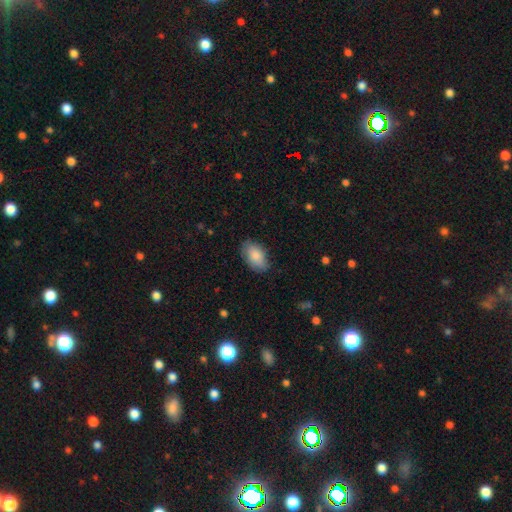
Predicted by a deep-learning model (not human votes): Q: Smooth or featured?
A: smooth (85%); runner-up: featured or disk (9%)
Q: How rounded?
A: in between (93%); runner-up: round (6%)
Q: Merging?
A: none (77%); runner-up: minor disturbance (18%)